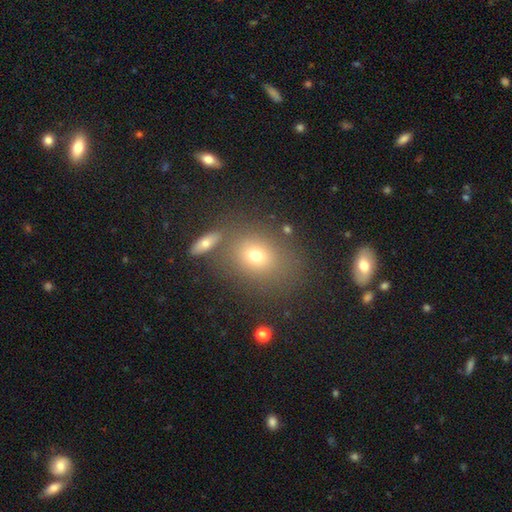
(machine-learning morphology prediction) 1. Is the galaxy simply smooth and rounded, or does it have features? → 69% smooth, 16% star or artifact, 15% featured or disk.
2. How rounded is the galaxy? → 59% round, 39% in between, 2% cigar-shaped.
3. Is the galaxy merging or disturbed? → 71% none, 12% minor disturbance, 11% merger, 6% major disturbance.